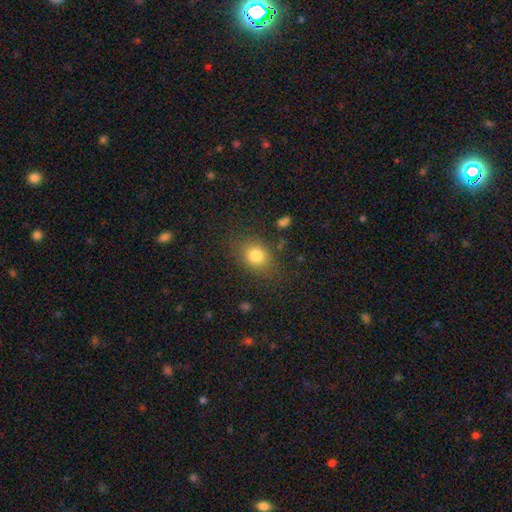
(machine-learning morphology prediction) A smooth galaxy with no disk features (80%) that is round (52%). Merging: none (79%).